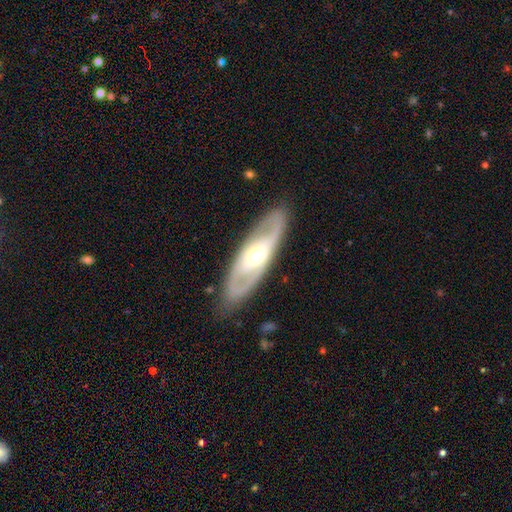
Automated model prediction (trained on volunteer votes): Smooth or featured: featured or disk — 75% (smooth — 21%)
Edge-on disk: no — 81% (yes — 19%)
Bar: no — 53% (weak — 29%)
Spiral arms: yes — 66% (no — 34%)
Bulge size: moderate — 62% (small — 25%)
Merging: none — 85% (minor disturbance — 10%)